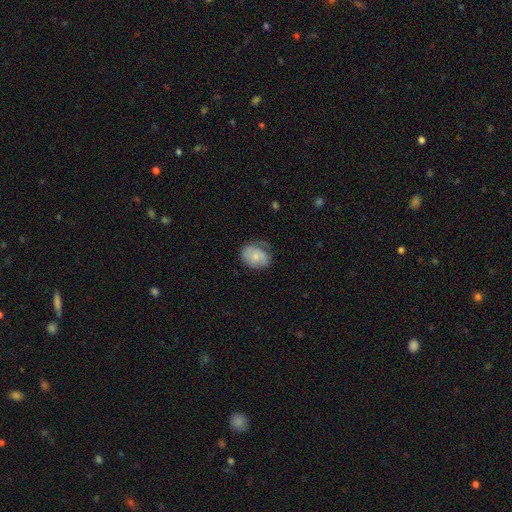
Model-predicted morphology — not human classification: smooth-or-featured: smooth: 61% | featured or disk: 32% | star or artifact: 7%
  how-rounded: in between: 60% | round: 39% | cigar-shaped: 1%
  merging: none: 52% | minor disturbance: 32% | major disturbance: 14% | merger: 2%